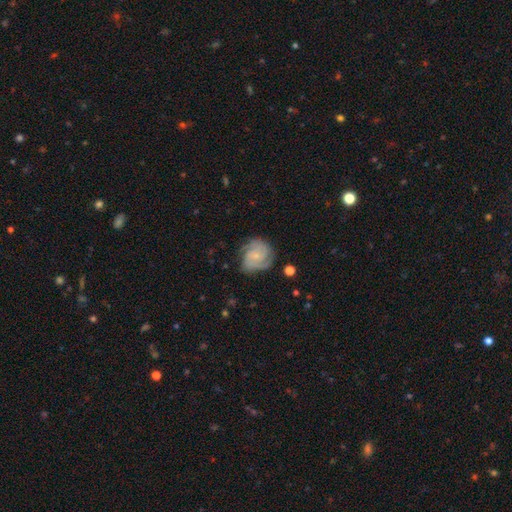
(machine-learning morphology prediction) Overall: featured or disk (80%). Edge-on disk: no (98%). Bar: no (69%). Spiral arms: yes (96%). Spiral arm count: 2 (40%; 3 33%). Spiral winding: tight (51%; medium 40%). Bulge size: small (73%). Merging: none (74%).